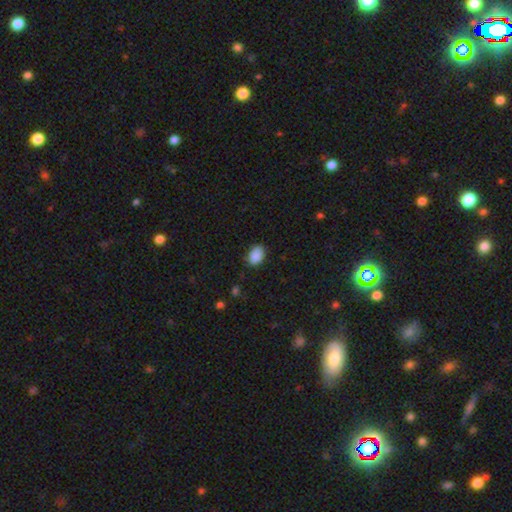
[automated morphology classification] Smooth or featured? smooth (89%)
How rounded? in between (85%)
Merging? none (81%)